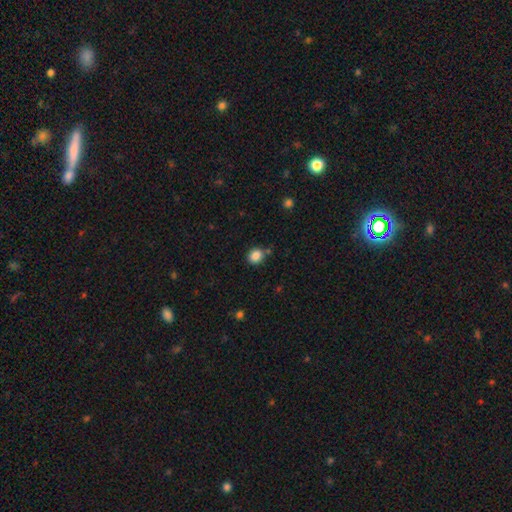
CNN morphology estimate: type=smooth (85%); roundness=round (74%); merging=none (79%).